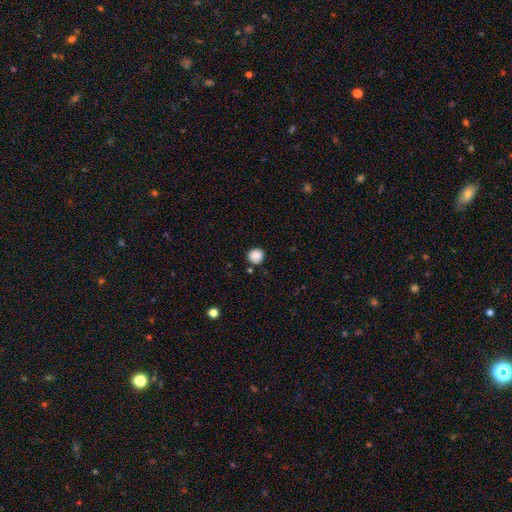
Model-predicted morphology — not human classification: smooth-or-featured: smooth: 87% | star or artifact: 9% | featured or disk: 3%
  how-rounded: round: 90% | in between: 9% | cigar-shaped: 1%
  merging: none: 84% | minor disturbance: 10% | merger: 4% | major disturbance: 3%